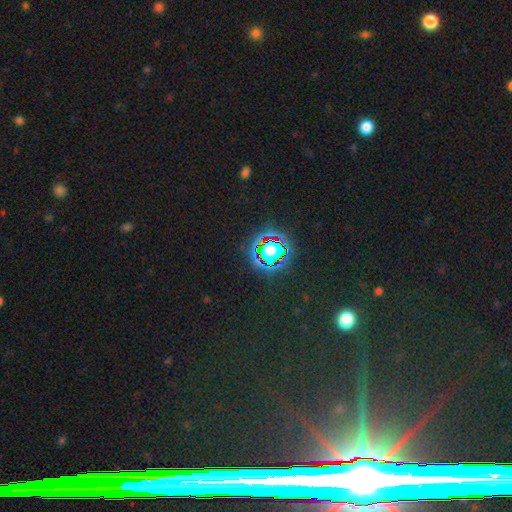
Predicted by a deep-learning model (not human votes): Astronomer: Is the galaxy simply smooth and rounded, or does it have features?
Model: star or artifact — 81%.